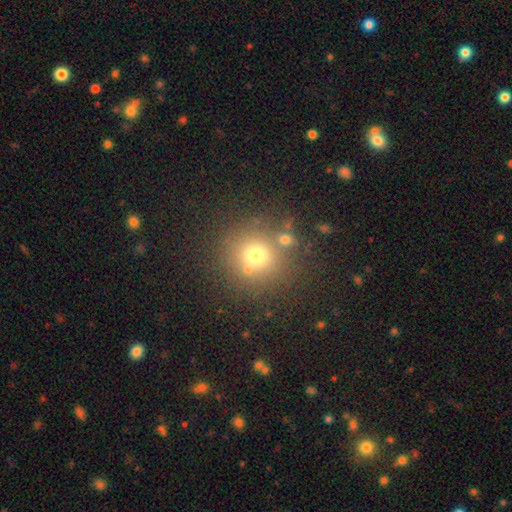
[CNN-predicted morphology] The model was most divided on "smooth or featured": smooth: 70%, star or artifact: 18%, featured or disk: 12%. More confident: how rounded — round (92%); merging — none (75%).